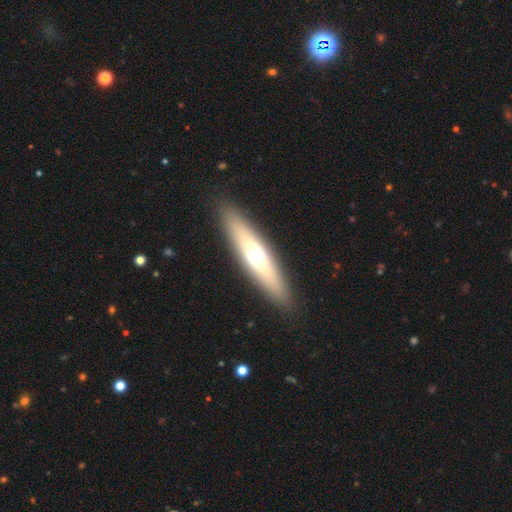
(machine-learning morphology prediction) This is possibly a smooth galaxy (50%). How rounded: likely cigar-shaped (74%). Merging: clearly none (89%).